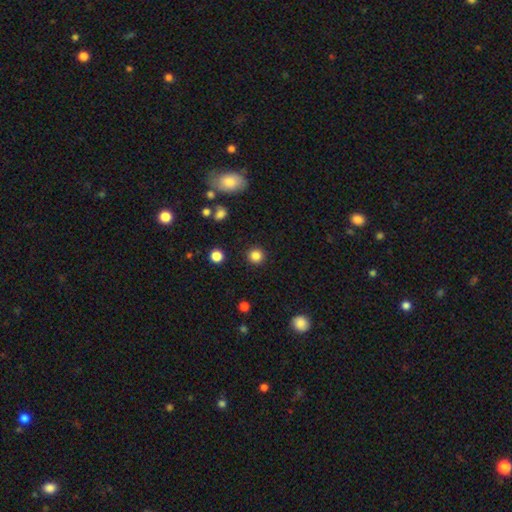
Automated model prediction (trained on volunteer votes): smooth-or-featured: smooth: 84% | star or artifact: 12% | featured or disk: 4%
  how-rounded: round: 94% | in between: 5% | cigar-shaped: 1%
  merging: none: 91% | minor disturbance: 5% | major disturbance: 2% | merger: 1%